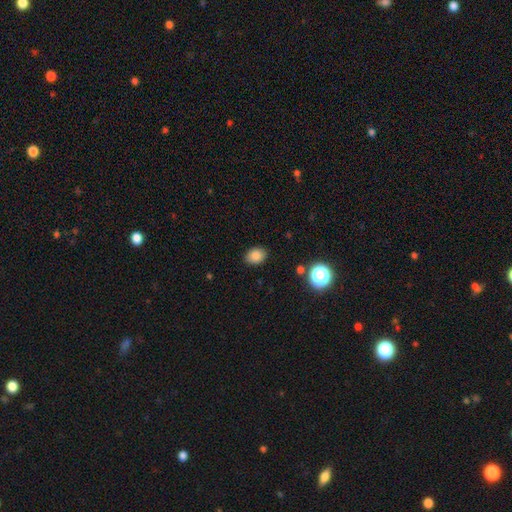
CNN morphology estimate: Smooth or featured: smooth — 83% (star or artifact — 12%)
How rounded: in between — 64% (round — 35%)
Merging: none — 88% (minor disturbance — 9%)